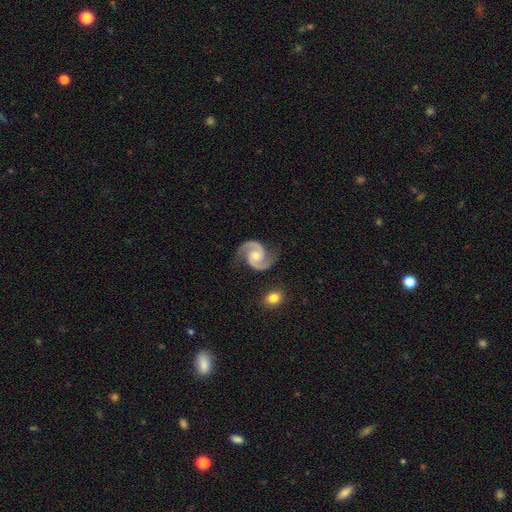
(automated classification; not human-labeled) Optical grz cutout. It shows a featured or disk galaxy (93%) with no bar (65%), 2 (95%) medium (60%) spiral arms (99%) and a moderate central bulge (56%). Merging: none (82%).